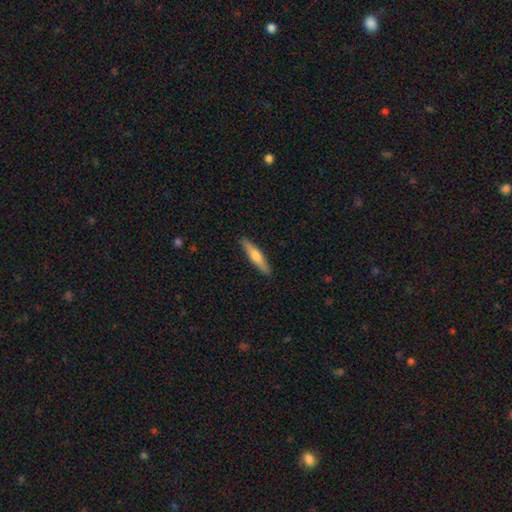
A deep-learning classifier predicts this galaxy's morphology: Smooth or featured?
  - smooth: 56% *
  - featured or disk: 38%
  - star or artifact: 5%
How rounded?
  - cigar-shaped: 86% *
  - in between: 13%
  - round: 2%
Merging?
  - none: 90% *
  - minor disturbance: 7%
  - major disturbance: 2%
  - merger: 1%